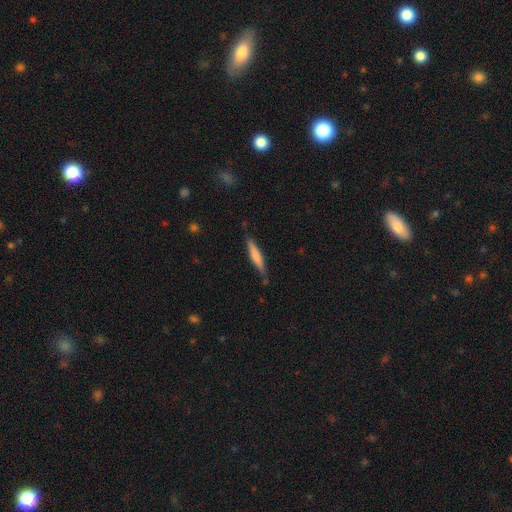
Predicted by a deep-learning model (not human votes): Q: Smooth or featured?
A: smooth (67%); runner-up: featured or disk (27%)
Q: How rounded?
A: cigar-shaped (91%); runner-up: in between (8%)
Q: Merging?
A: none (81%); runner-up: minor disturbance (15%)